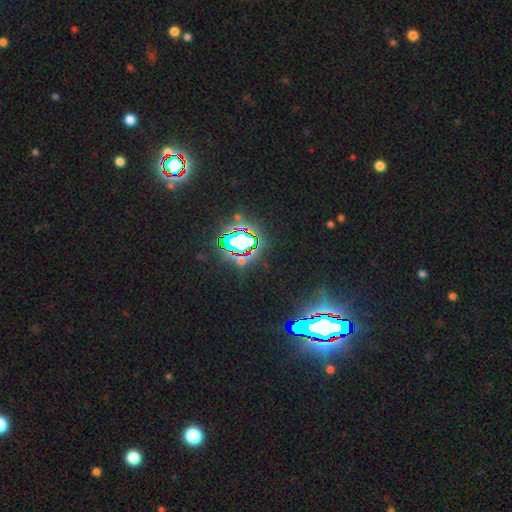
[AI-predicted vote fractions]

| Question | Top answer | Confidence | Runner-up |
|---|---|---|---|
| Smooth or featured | star or artifact | 86% | smooth (8%) |